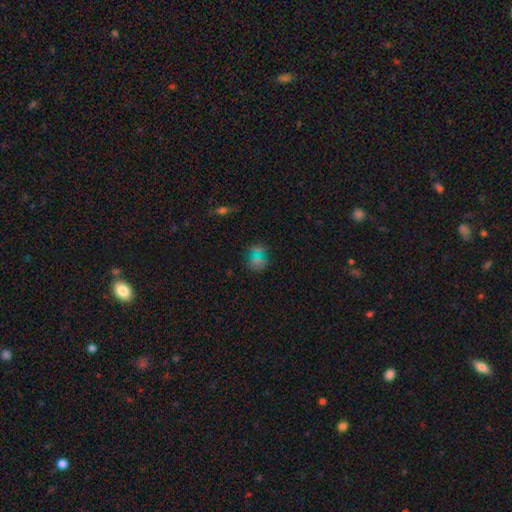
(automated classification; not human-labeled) Smooth or featured?
  - smooth: 52% *
  - star or artifact: 30%
  - featured or disk: 18%
How rounded?
  - round: 78% *
  - in between: 20%
  - cigar-shaped: 2%
Merging?
  - none: 58% *
  - merger: 22%
  - minor disturbance: 13%
  - major disturbance: 6%